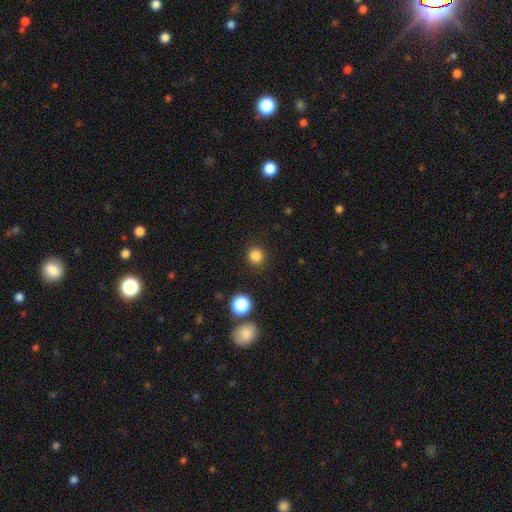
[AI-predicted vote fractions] smooth-or-featured: smooth: 84% | star or artifact: 13% | featured or disk: 3%
  how-rounded: round: 89% | in between: 10% | cigar-shaped: 1%
  merging: none: 89% | minor disturbance: 7% | major disturbance: 3% | merger: 2%